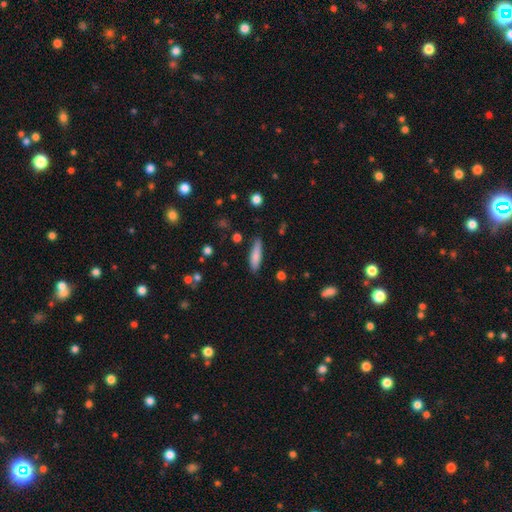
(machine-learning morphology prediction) smooth 79%, featured or disk 14%, star or artifact 7%. Down the decision tree: how rounded — cigar-shaped (72%); merging — none (84%).